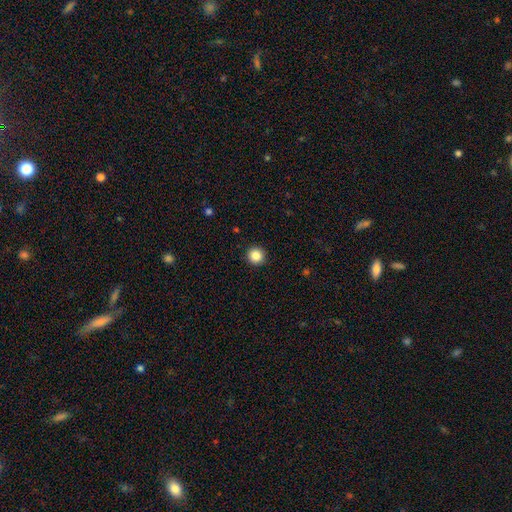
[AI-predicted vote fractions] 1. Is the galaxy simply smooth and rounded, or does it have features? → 86% smooth, 10% star or artifact, 4% featured or disk.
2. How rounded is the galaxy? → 96% round, 3% in between, 1% cigar-shaped.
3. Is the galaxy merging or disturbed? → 93% none, 4% minor disturbance, 2% major disturbance, 1% merger.